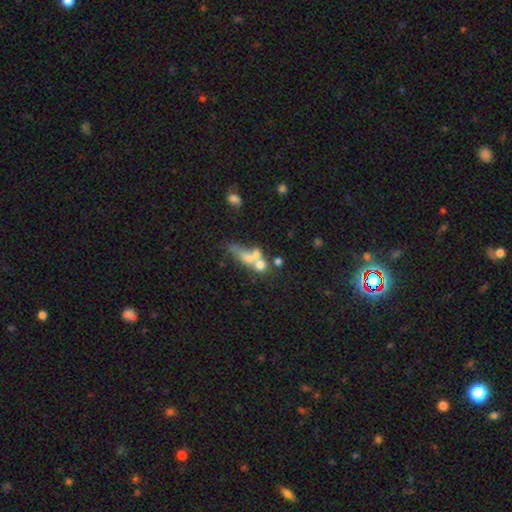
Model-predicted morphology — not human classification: Overall: smooth (49%; featured or disk 35%). Merging: merger (49%; none 26%).